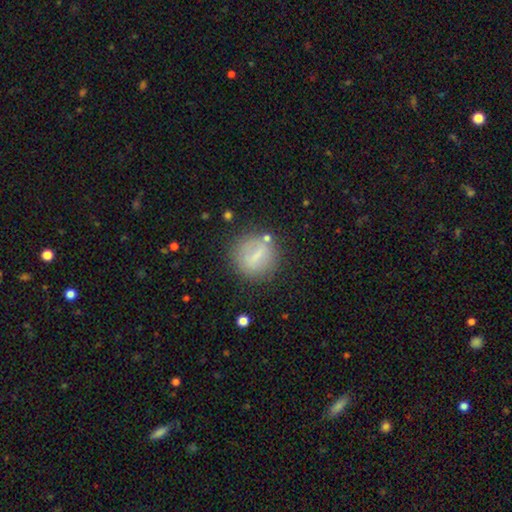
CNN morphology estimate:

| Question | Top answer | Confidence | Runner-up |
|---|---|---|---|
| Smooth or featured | smooth | 56% | featured or disk (34%) |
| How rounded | round | 76% | in between (19%) |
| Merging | none | 72% | minor disturbance (15%) |